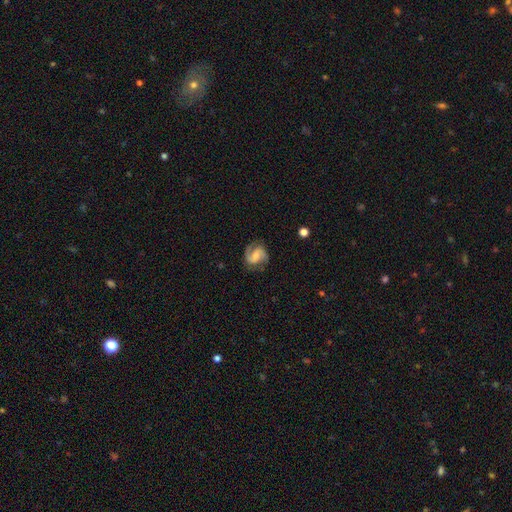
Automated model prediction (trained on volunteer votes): A featured or disk galaxy (84%) with a weak bar (43%, tied with no), 2 (90%) medium (54%) spiral arms (97%) and a small central bulge (46%). Merging: none (79%).